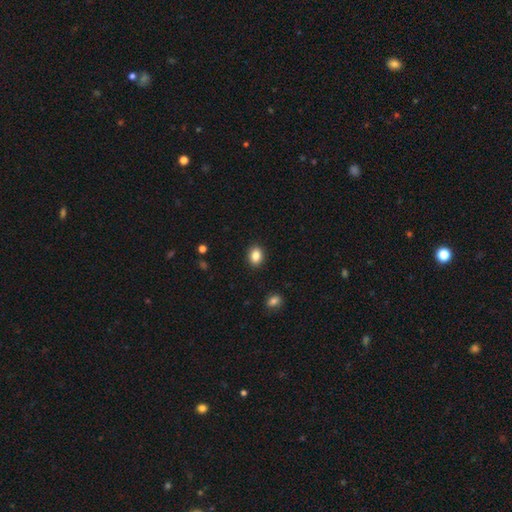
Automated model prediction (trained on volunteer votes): Overall: smooth (86%). How rounded: in between (65%; round 34%). Merging: none (90%).